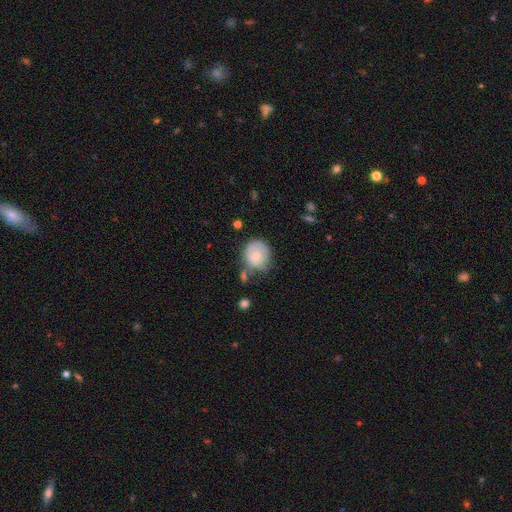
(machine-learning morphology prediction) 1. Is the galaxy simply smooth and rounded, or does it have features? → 62% smooth, 31% featured or disk, 7% star or artifact.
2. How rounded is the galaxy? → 76% round, 23% in between, 1% cigar-shaped.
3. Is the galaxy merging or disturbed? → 49% none, 30% minor disturbance, 11% major disturbance, 9% merger.